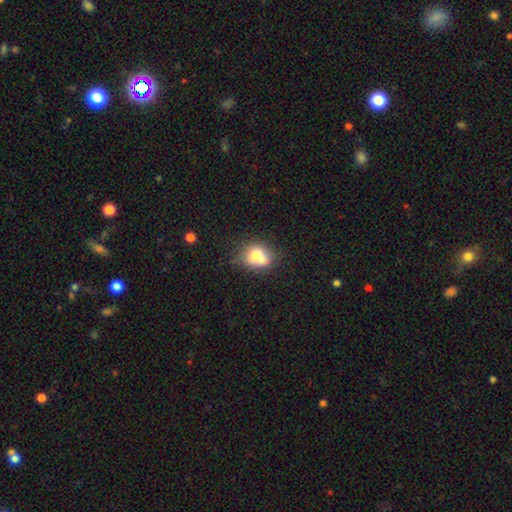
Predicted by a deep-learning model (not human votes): A smooth galaxy with no disk features (67%) that is round (63%).

Vote fractions:
- Smooth or featured? smooth: 67% / featured or disk: 22% / star or artifact: 10%
- How rounded? round: 63% / in between: 35% / cigar-shaped: 1%
- Merging? merger: 46% / none: 38% / minor disturbance: 12% / major disturbance: 5%